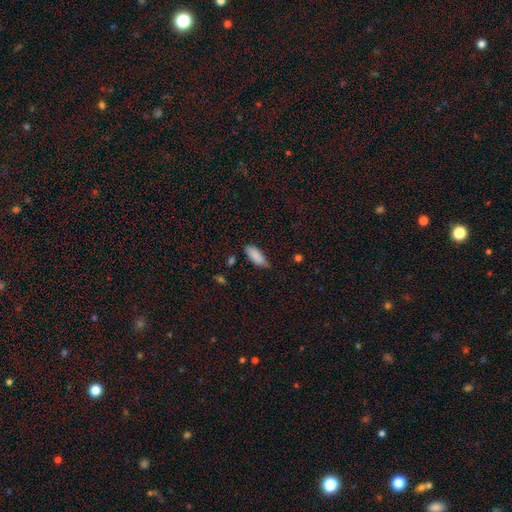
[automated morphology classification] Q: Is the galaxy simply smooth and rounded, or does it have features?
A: smooth — 87%.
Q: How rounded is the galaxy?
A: in between — 81%.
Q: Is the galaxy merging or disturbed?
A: none — 63%.